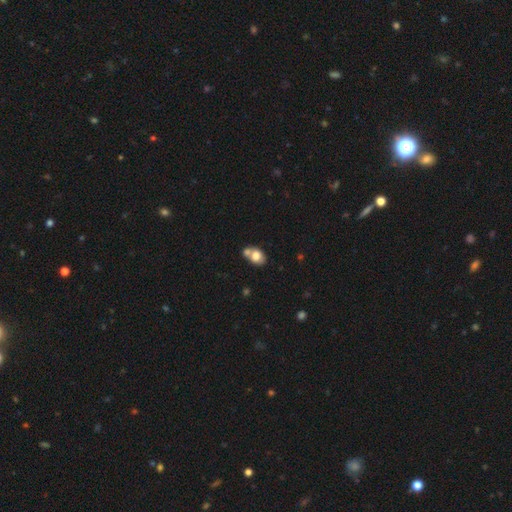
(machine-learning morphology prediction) Smooth or featured? smooth (74%)
How rounded? in between (70%)
Merging? merger (46%)